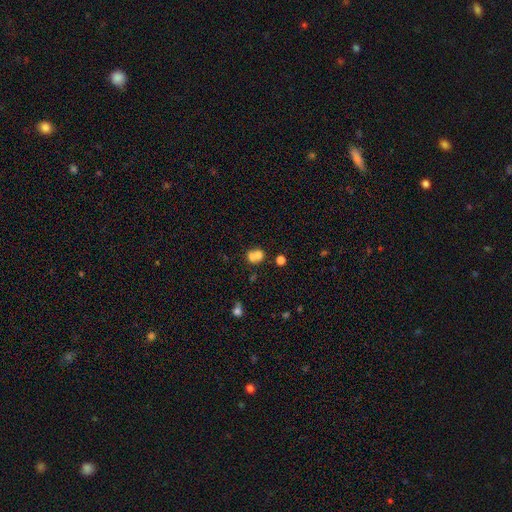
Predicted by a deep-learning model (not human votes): Morphology: type=smooth (68%); roundness=round (72%); merging=merger (61%).